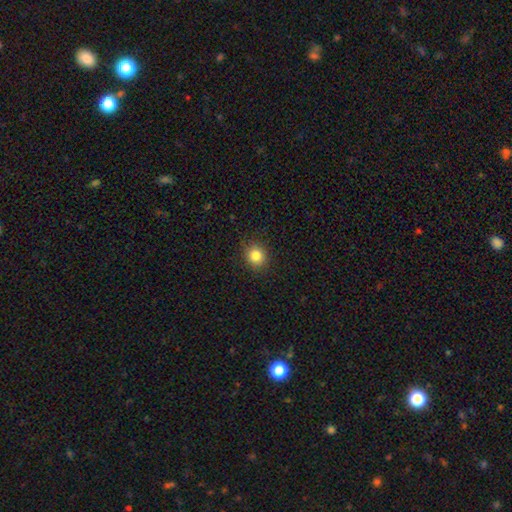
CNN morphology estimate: Smooth or featured? smooth (83%)
How rounded? round (84%)
Merging? none (90%)